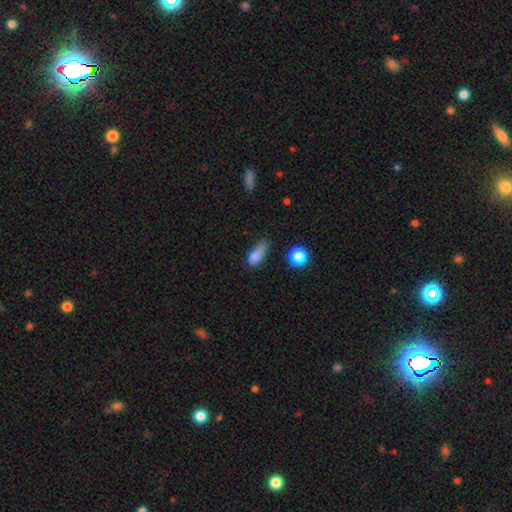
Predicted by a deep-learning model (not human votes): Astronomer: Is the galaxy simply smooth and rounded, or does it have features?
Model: smooth — 79%.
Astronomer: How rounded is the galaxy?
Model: in between — 69%.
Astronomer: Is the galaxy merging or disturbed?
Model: minor disturbance — 40% (runner-up: none, 37%).